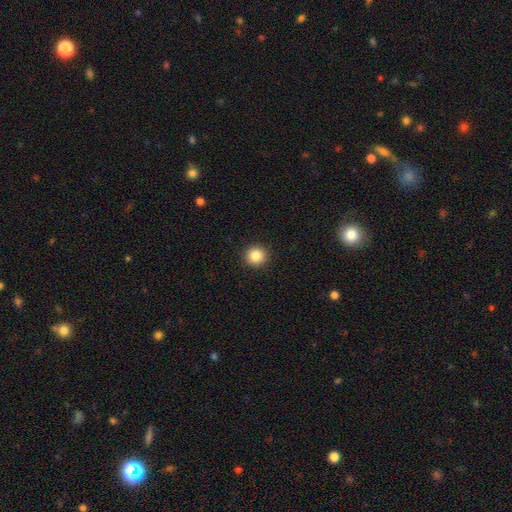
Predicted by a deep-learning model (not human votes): Overall: smooth (85%). How rounded: round (93%). Merging: none (93%).